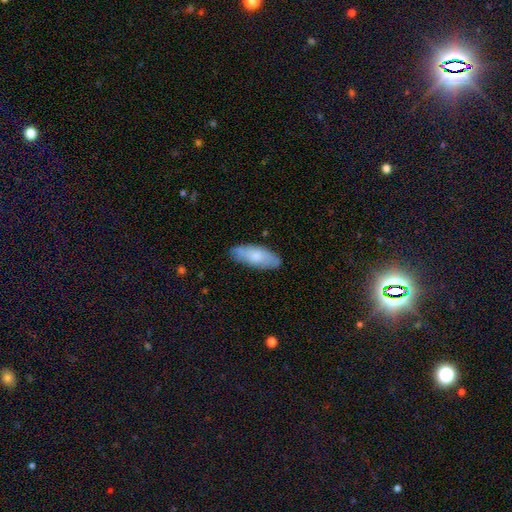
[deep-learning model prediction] This appears to be a smooth galaxy with no disk features (70%) that is in between round and cigar-shaped (77%). Merging: none (77%).